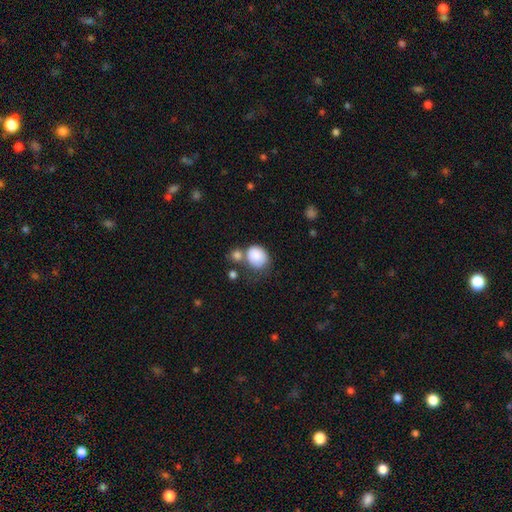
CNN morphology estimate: A smooth galaxy with no disk features (85%) that is round (71%).

Vote fractions:
- Smooth or featured? smooth: 85% / star or artifact: 8% / featured or disk: 7%
- How rounded? round: 71% / in between: 28% / cigar-shaped: 1%
- Merging? none: 47% / merger: 26% / minor disturbance: 19% / major disturbance: 9%